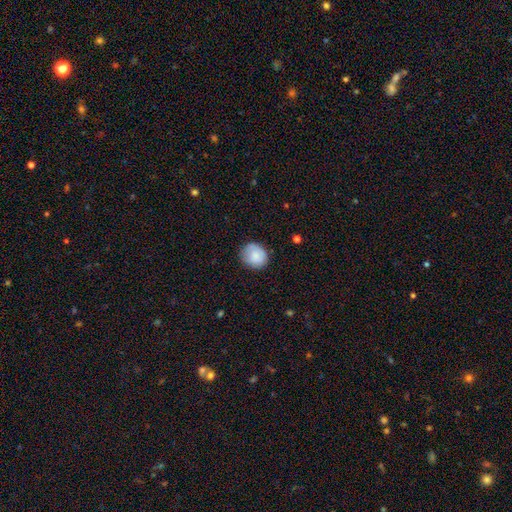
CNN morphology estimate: Smooth or featured? smooth (83%)
How rounded? round (80%)
Merging? none (79%)